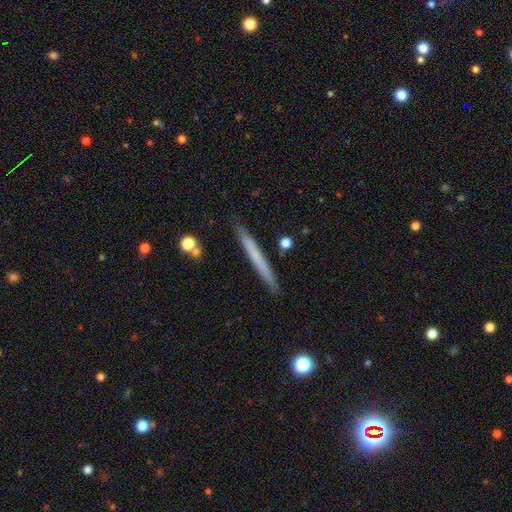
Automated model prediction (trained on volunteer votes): smooth-or-featured: smooth: 56% | featured or disk: 38% | star or artifact: 6%
  how-rounded: cigar-shaped: 97% | in between: 2% | round: 1%
  merging: none: 89% | minor disturbance: 7% | merger: 2% | major disturbance: 1%